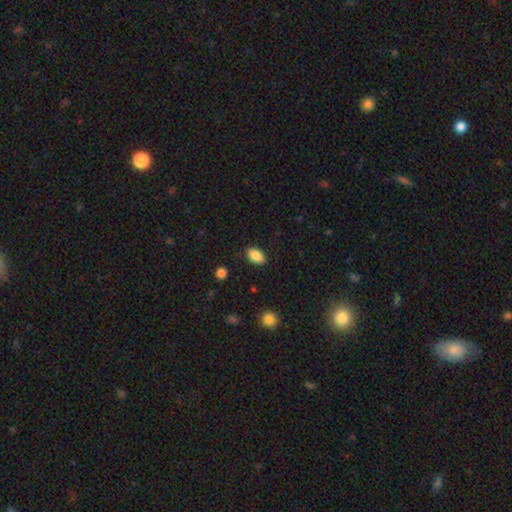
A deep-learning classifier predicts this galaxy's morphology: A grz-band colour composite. It shows a smooth galaxy with no disk features (85%) that is in between round and cigar-shaped (89%). Merging: none (86%).